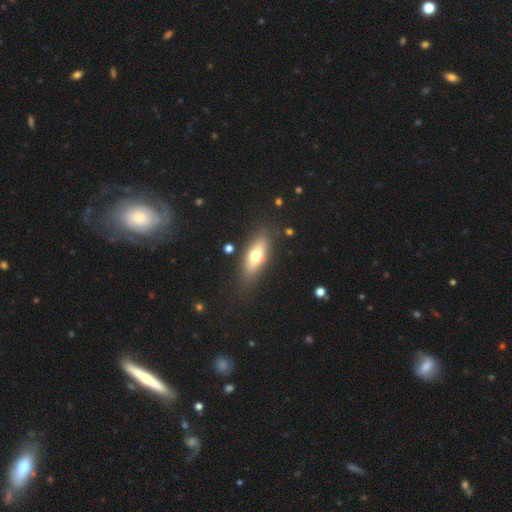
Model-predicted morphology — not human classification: Smooth or featured? Predicted: smooth (p=0.64). How rounded? Predicted: in between (p=0.69). Merging? Predicted: none (p=0.81).